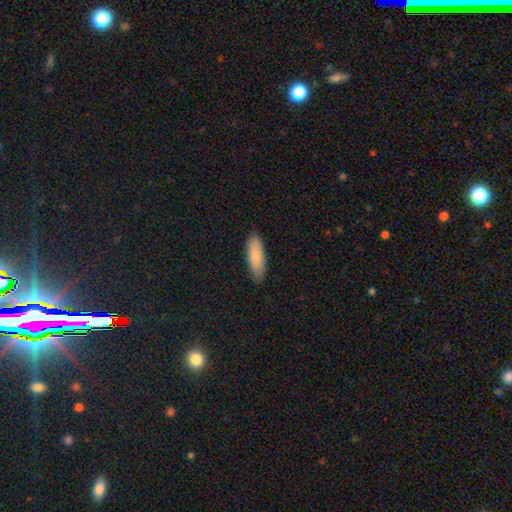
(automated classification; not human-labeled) Smooth or featured: smooth — 85% (featured or disk — 10%)
How rounded: in between — 57% (cigar-shaped — 42%)
Merging: none — 88% (minor disturbance — 9%)